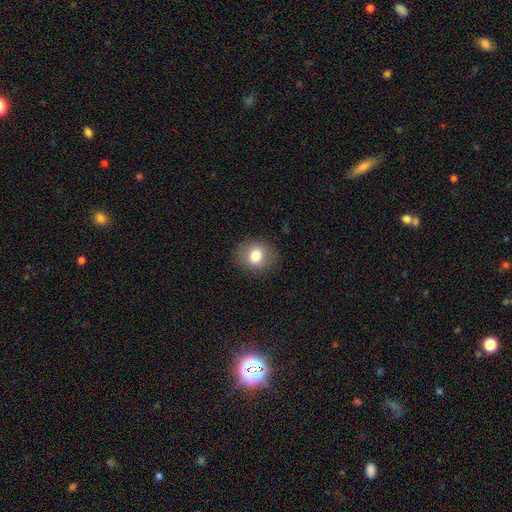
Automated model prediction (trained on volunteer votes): smooth_or_featured: smooth (p=0.78) [alt: featured or disk p=0.12]
how_rounded: round (p=0.71) [alt: in between p=0.28]
merging: none (p=0.88) [alt: minor disturbance p=0.08]